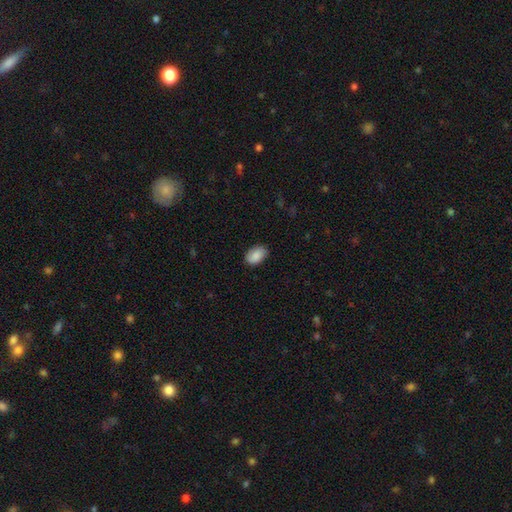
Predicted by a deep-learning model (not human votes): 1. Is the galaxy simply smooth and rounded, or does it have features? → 87% smooth, 7% star or artifact, 6% featured or disk.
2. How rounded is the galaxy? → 90% in between, 9% round, 1% cigar-shaped.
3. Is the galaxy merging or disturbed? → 85% none, 12% minor disturbance, 2% major disturbance, 1% merger.